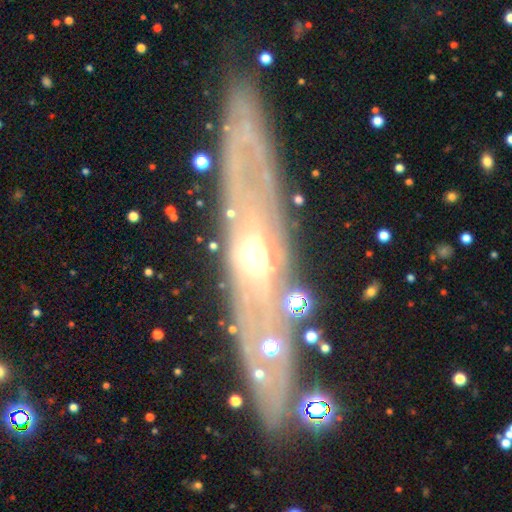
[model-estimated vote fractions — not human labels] smooth_or_featured: featured or disk (p=0.69) [alt: smooth p=0.19]
disk_edge_on: no (p=0.50) [tied with: yes p=0.50]
merging: none (p=0.73) [alt: minor disturbance p=0.14]